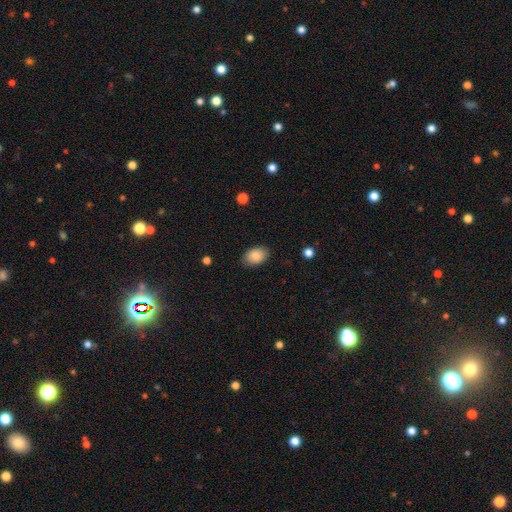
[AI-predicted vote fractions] Smooth or featured?
  - smooth: 87% *
  - star or artifact: 7%
  - featured or disk: 6%
How rounded?
  - in between: 87% *
  - round: 12%
  - cigar-shaped: 1%
Merging?
  - none: 84% *
  - minor disturbance: 12%
  - major disturbance: 3%
  - merger: 1%